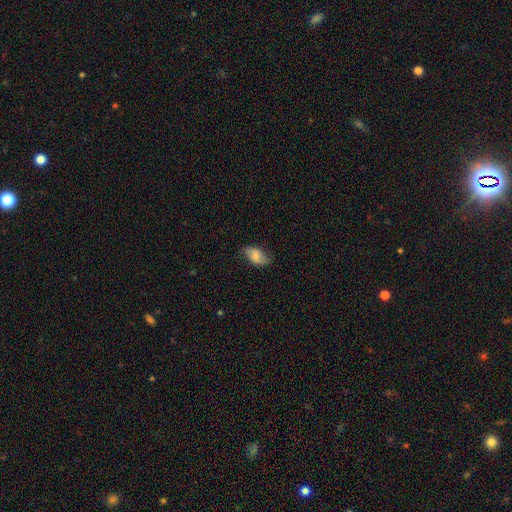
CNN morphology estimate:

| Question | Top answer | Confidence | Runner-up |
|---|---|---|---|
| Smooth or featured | smooth | 71% | featured or disk (21%) |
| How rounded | in between | 92% | round (6%) |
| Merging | none | 69% | minor disturbance (24%) |